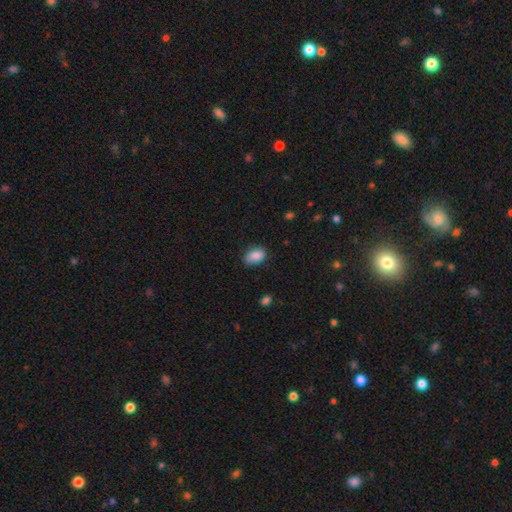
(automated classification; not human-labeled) smooth 87%, star or artifact 7%, featured or disk 6%. Down the decision tree: how rounded — in between (88%); merging — none (69%).